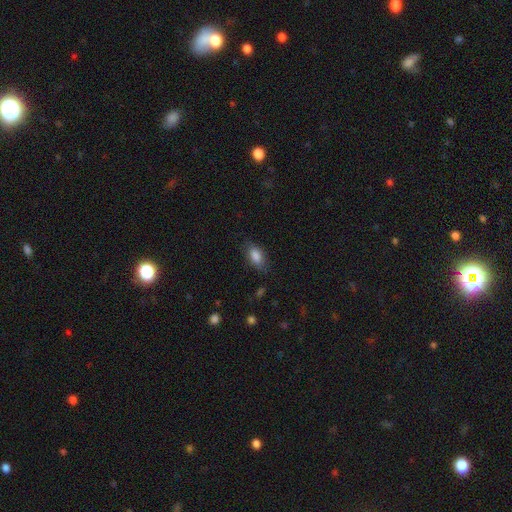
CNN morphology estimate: Q: Smooth or featured?
A: smooth (84%); runner-up: featured or disk (9%)
Q: How rounded?
A: in between (88%); runner-up: cigar-shaped (7%)
Q: Merging?
A: none (74%); runner-up: minor disturbance (19%)